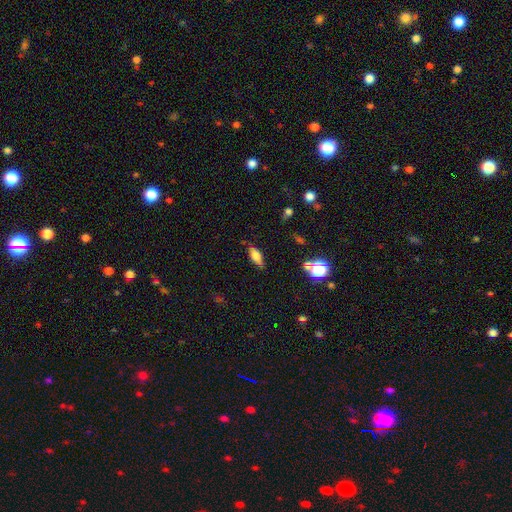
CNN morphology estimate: Smooth or featured: smooth — 54% (featured or disk — 35%)
How rounded: in between — 70% (cigar-shaped — 24%)
Merging: none — 76% (minor disturbance — 18%)